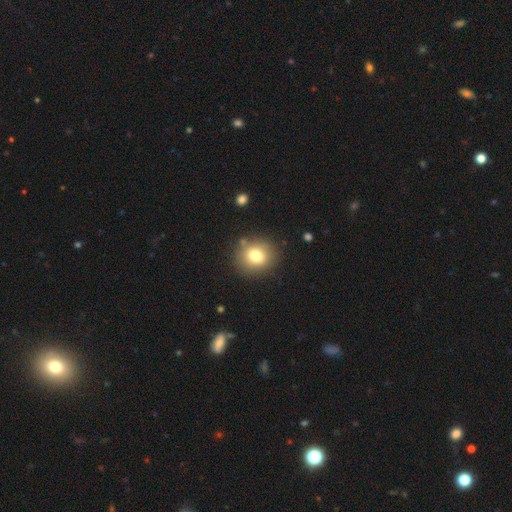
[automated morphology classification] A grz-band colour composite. It shows a smooth galaxy with no disk features (77%) that is round (81%). Merging: none (83%).